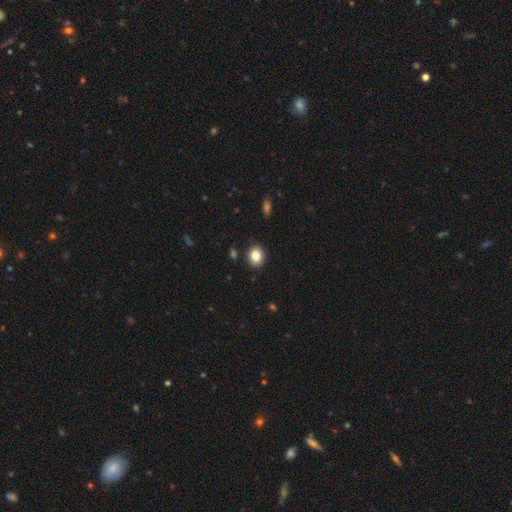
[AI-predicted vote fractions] Smooth or featured? Predicted: smooth (p=0.82). How rounded? Predicted: round (p=0.61). Merging? Predicted: none (p=0.89).